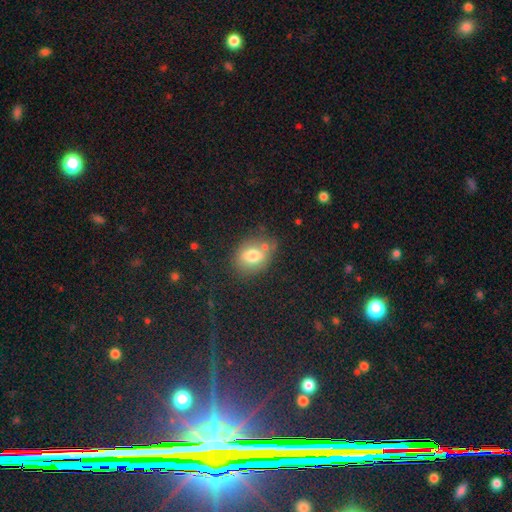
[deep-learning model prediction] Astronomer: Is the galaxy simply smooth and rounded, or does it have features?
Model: smooth — 73%.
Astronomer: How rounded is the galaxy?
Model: in between — 54% (runner-up: round, 45%).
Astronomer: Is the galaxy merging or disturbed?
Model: none — 61%.